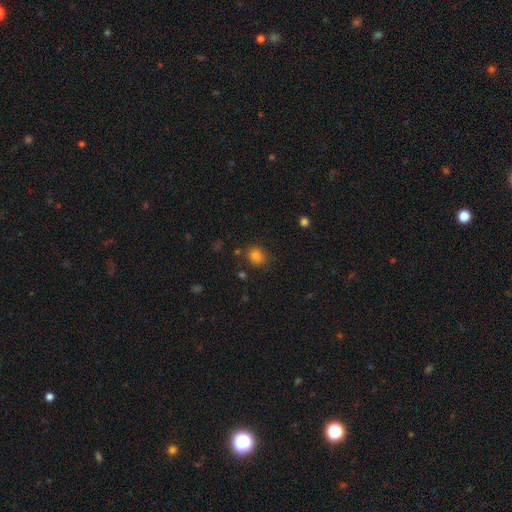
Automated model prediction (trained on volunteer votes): The model was most divided on "how rounded": round: 61%, in between: 38%, cigar-shaped: 1%. More confident: smooth or featured — smooth (81%); merging — none (77%).